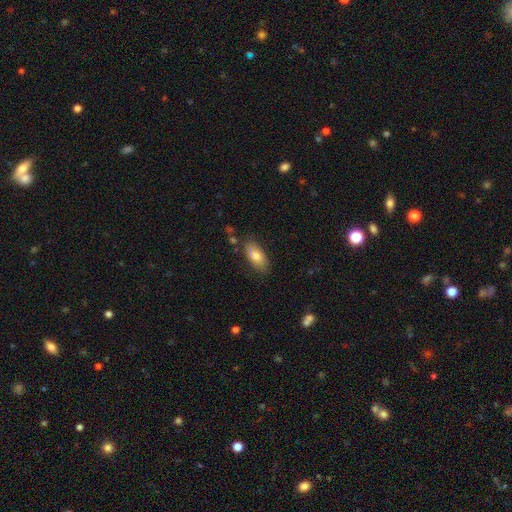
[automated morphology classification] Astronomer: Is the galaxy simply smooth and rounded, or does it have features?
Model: smooth — 77%.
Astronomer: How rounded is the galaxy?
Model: in between — 88%.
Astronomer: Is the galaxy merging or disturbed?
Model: none — 77%.